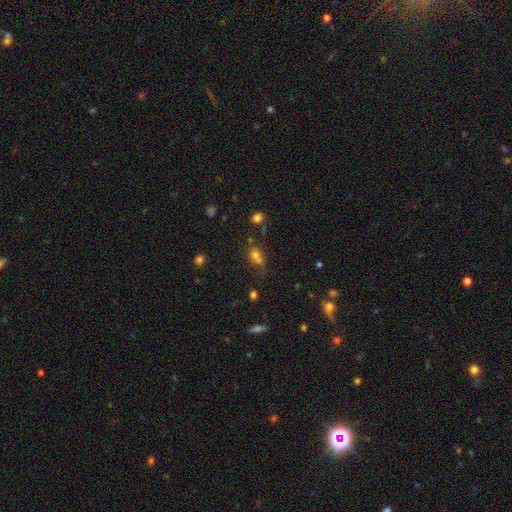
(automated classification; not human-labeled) smooth 63%, star or artifact 23%, featured or disk 14%. Down the decision tree: how rounded — round (49%); merging — none (39%).